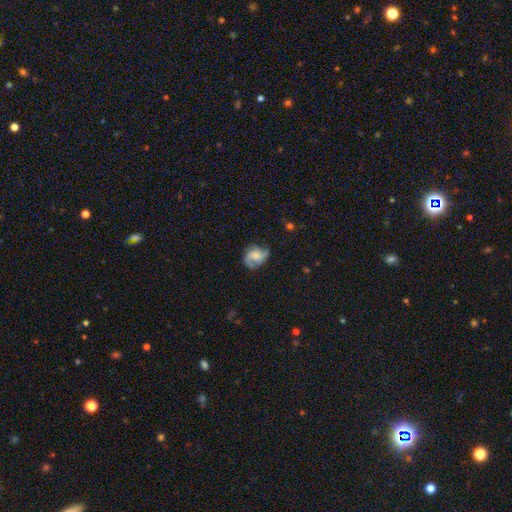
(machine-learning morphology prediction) featured or disk 60%, smooth 31%, star or artifact 8%. Down the decision tree: edge-on disk — no (97%); bar — no (60%); spiral arms — yes (88%); spiral arm count — 2 (65%); spiral winding — medium (42%); bulge size — none (34%); merging — none (57%).